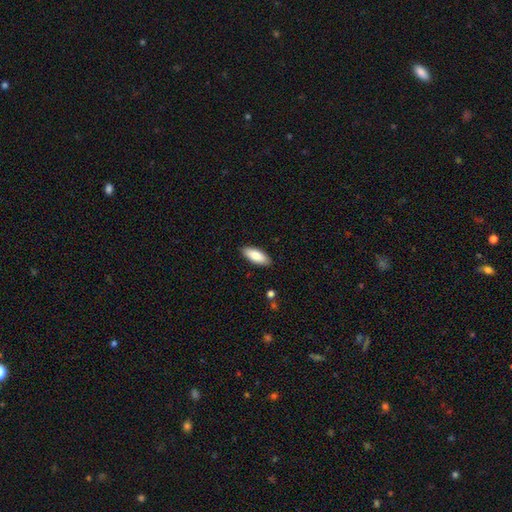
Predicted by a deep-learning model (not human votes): Smooth or featured? Predicted: smooth (p=0.81). How rounded? Predicted: in between (p=0.80). Merging? Predicted: none (p=0.89).